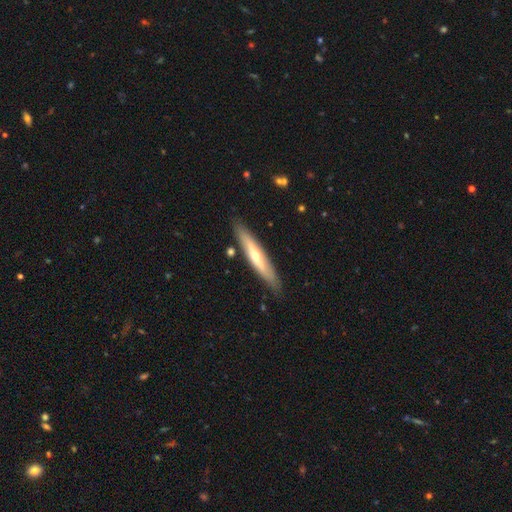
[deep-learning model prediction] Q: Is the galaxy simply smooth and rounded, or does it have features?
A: featured or disk — 54%.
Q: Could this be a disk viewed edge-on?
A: yes — 84%.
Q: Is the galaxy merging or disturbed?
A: none — 86%.